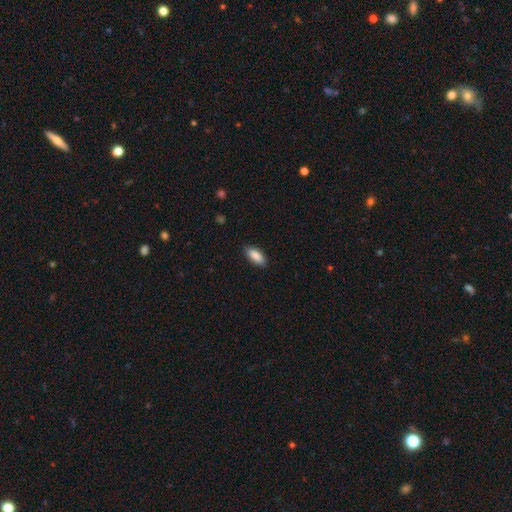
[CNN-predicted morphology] This appears to be a smooth galaxy with no disk features (88%) that is in between round and cigar-shaped (81%). Merging: none (86%).